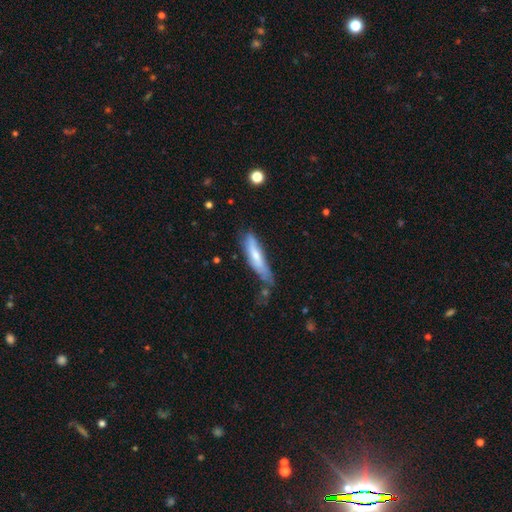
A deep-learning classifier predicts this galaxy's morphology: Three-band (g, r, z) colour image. It shows a smooth galaxy with no disk features (61%) that is cigar-shaped (76%). Merging: none (44%).